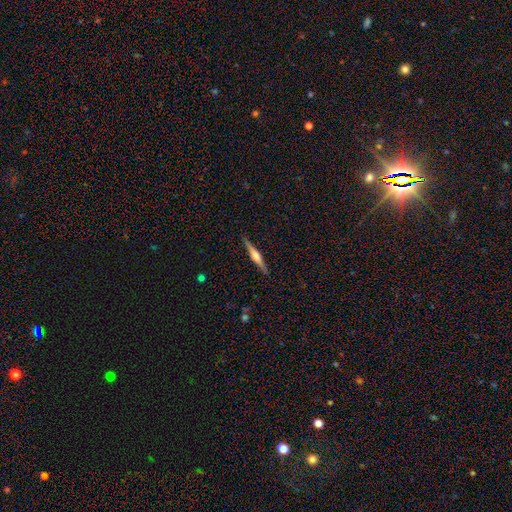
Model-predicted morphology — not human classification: Smooth or featured: featured or disk — 63% (smooth — 31%)
Edge-on disk: yes — 98% (no — 2%)
Edge-on bulge: rounded — 67% (boxy — 21%)
Merging: none — 90% (minor disturbance — 8%)